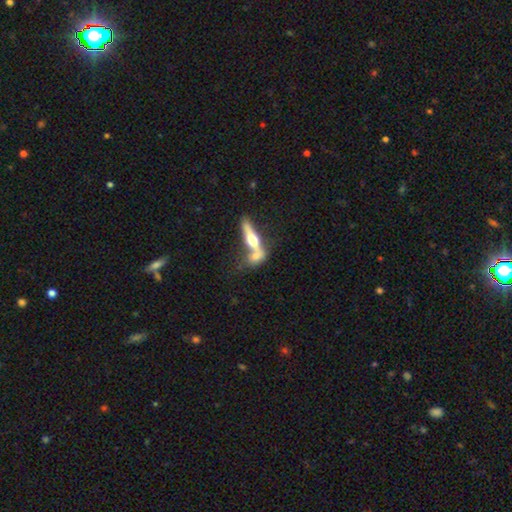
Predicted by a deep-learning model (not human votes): featured or disk 55%, smooth 38%, star or artifact 7%. Down the decision tree: edge-on disk — yes (82%); merging — merger (51%).